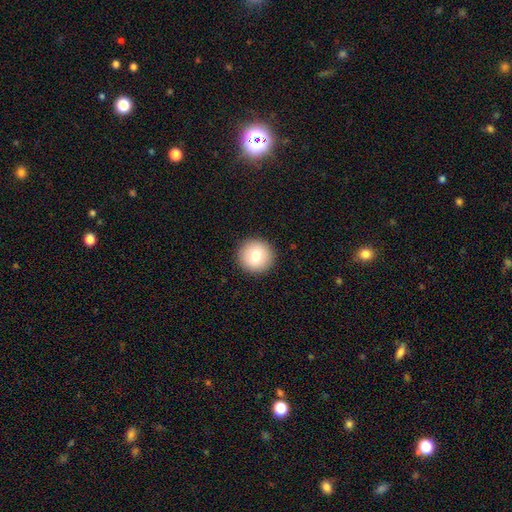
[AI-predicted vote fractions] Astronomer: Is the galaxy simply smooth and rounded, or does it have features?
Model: smooth — 77%.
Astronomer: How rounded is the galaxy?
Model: round — 96%.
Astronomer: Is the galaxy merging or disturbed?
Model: none — 93%.